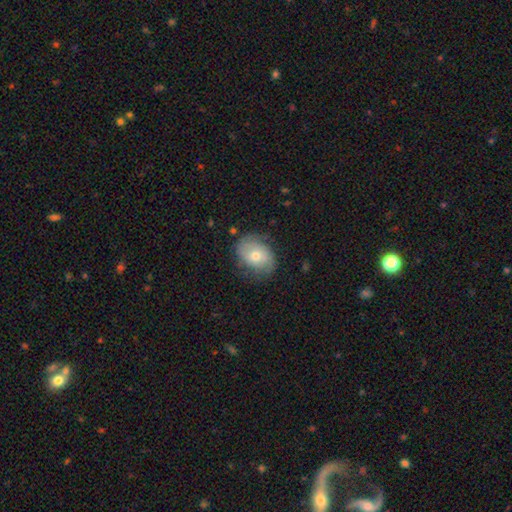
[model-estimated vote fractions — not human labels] Q: Smooth or featured?
A: smooth (53%); runner-up: featured or disk (40%)
Q: How rounded?
A: in between (65%); runner-up: round (34%)
Q: Merging?
A: none (70%); runner-up: minor disturbance (22%)